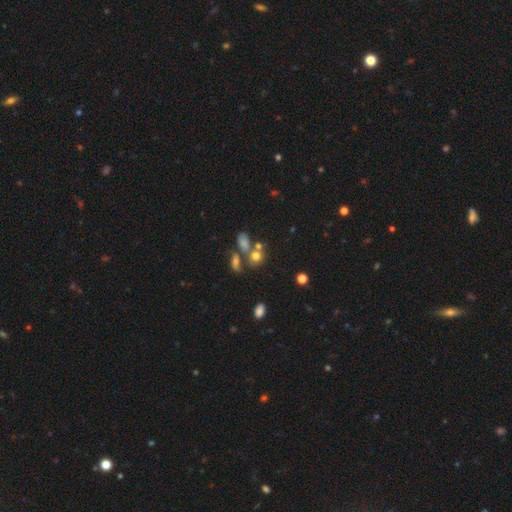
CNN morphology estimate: This is likely a smooth galaxy (67%). How rounded: likely round (65%). Merging: marginally none (42%).